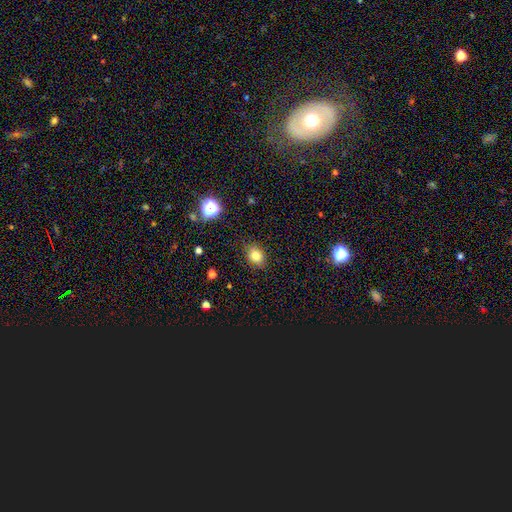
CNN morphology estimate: The model was most divided on "how rounded": round: 53%, in between: 46%, cigar-shaped: 1%. More confident: merging — none (85%); smooth or featured — smooth (80%).